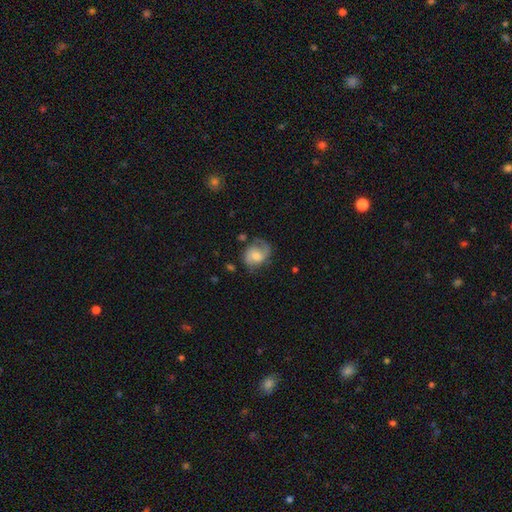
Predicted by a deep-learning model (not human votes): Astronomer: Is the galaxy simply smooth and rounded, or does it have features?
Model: featured or disk — 63%.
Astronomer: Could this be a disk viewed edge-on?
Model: no — 97%.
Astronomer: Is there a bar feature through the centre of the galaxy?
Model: no — 57% (runner-up: weak, 36%).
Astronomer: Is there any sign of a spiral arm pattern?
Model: yes — 91%.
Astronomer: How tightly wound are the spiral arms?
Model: medium — 47% (runner-up: loose, 31%).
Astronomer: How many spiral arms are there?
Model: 2 — 78%.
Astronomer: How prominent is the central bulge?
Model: moderate — 43% (runner-up: small, 24%).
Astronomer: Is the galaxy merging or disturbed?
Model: none — 61%.